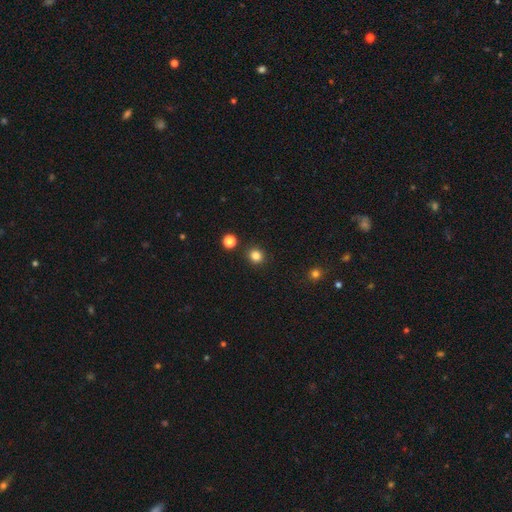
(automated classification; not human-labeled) The model was most divided on "smooth or featured": smooth: 83%, star or artifact: 13%, featured or disk: 4%. More confident: how rounded — round (90%); merging — none (90%).